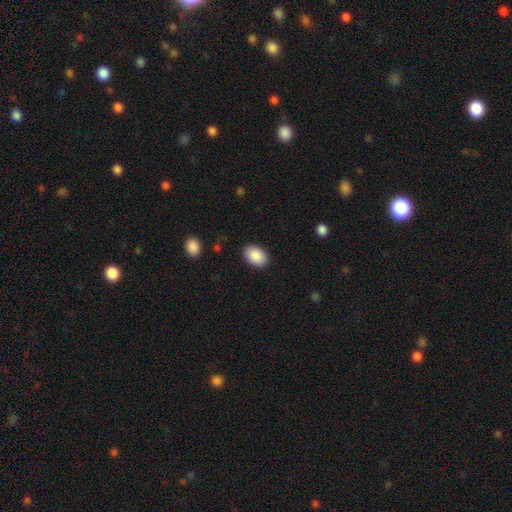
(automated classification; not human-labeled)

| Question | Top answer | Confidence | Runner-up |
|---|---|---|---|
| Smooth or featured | smooth | 90% | star or artifact (6%) |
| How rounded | in between | 85% | round (14%) |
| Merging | none | 88% | minor disturbance (8%) |